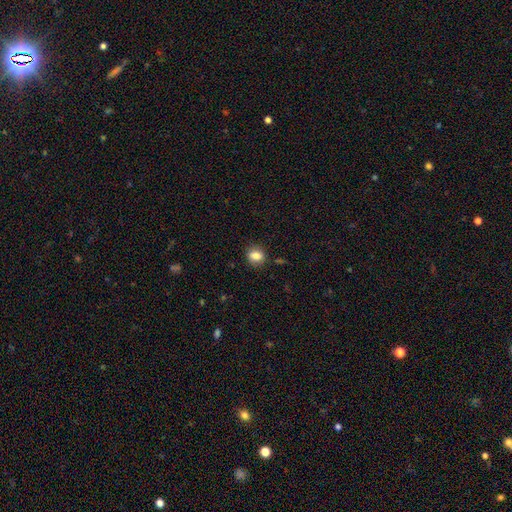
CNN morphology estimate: Smooth or featured?
  - smooth: 81% *
  - star or artifact: 9%
  - featured or disk: 9%
How rounded?
  - round: 56% *
  - in between: 43%
  - cigar-shaped: 1%
Merging?
  - none: 79% *
  - minor disturbance: 15%
  - major disturbance: 4%
  - merger: 2%